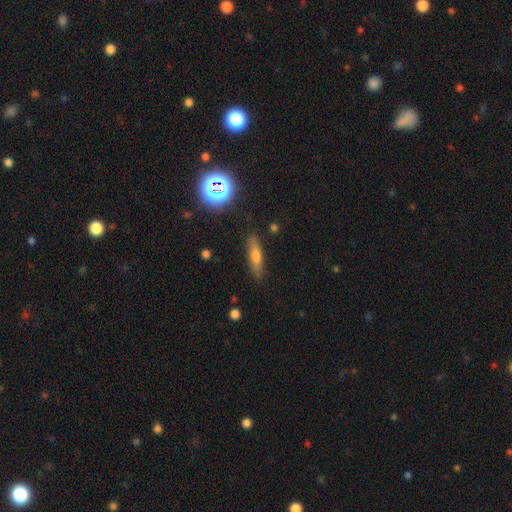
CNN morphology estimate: smooth-or-featured: smooth: 60% | featured or disk: 29% | star or artifact: 12%
  how-rounded: cigar-shaped: 69% | in between: 28% | round: 4%
  merging: none: 86% | minor disturbance: 10% | major disturbance: 2% | merger: 2%